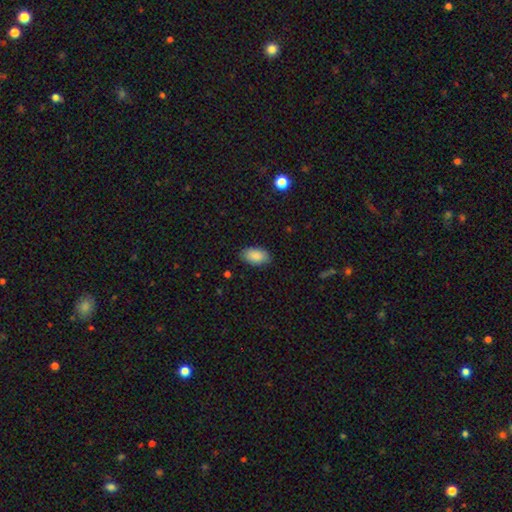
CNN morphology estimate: A smooth galaxy with no disk features (89%) that is in between round and cigar-shaped (94%). Merging: none (84%).